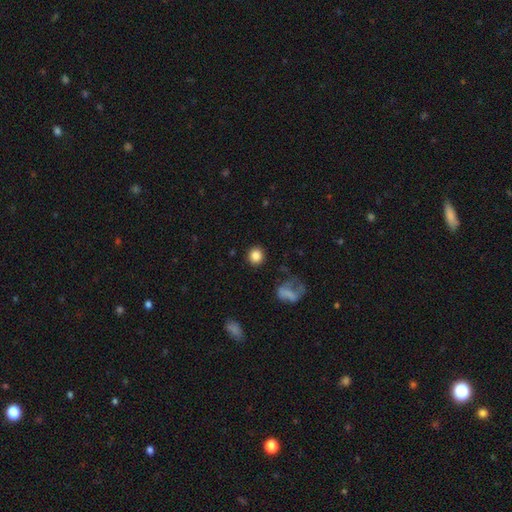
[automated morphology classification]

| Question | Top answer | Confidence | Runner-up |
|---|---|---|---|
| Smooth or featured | smooth | 84% | star or artifact (10%) |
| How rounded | round | 89% | in between (10%) |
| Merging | none | 89% | minor disturbance (7%) |